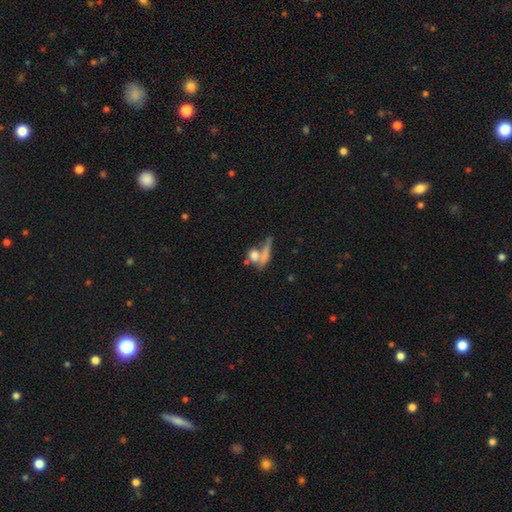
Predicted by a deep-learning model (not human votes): This appears to be a smooth galaxy with no disk features (67%) that is round (42%). Merging: merger (40%, tied with none).